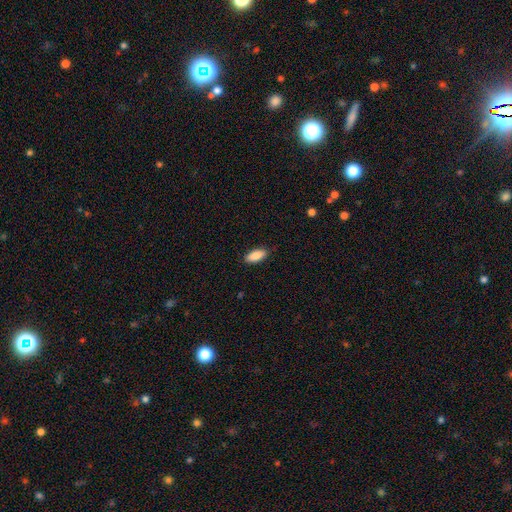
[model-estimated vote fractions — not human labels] Morphology: type=smooth (89%); roundness=in between (84%); merging=none (88%).